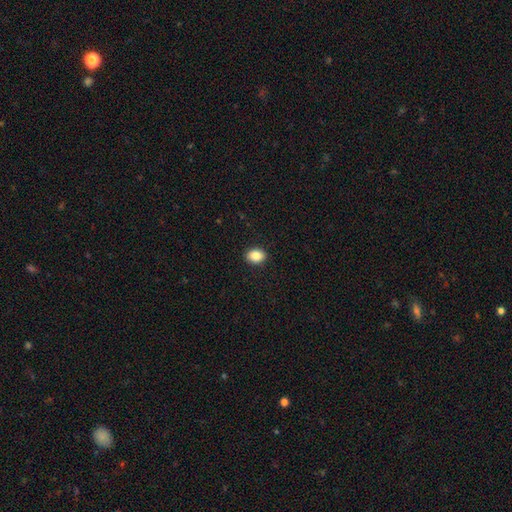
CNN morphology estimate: type=smooth (86%); roundness=in between (68%); merging=none (91%).